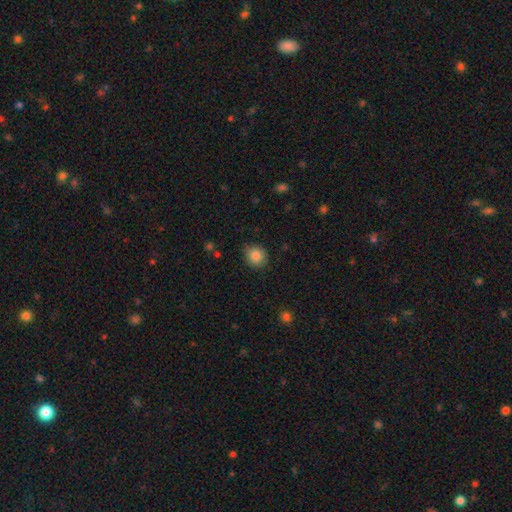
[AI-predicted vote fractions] Overall: smooth (85%). How rounded: round (86%). Merging: none (83%).